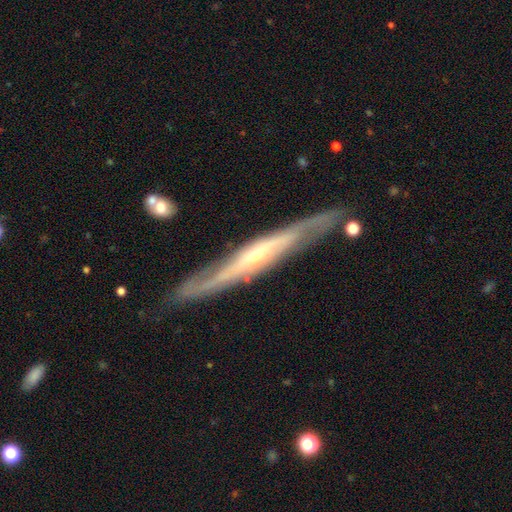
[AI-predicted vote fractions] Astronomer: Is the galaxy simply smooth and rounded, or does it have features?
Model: featured or disk — 80%.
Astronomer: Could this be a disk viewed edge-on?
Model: yes — 73%.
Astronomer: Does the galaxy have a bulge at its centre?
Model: rounded — 63%.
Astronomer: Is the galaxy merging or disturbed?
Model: none — 80%.